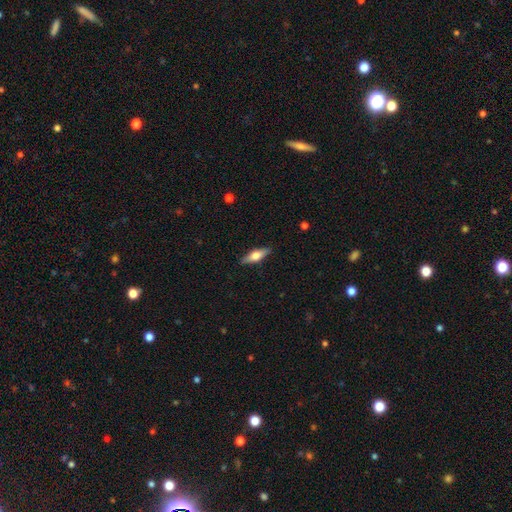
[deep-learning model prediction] Smooth or featured? Predicted: smooth (p=0.47, tied with featured or disk). Merging? Predicted: none (p=0.88).